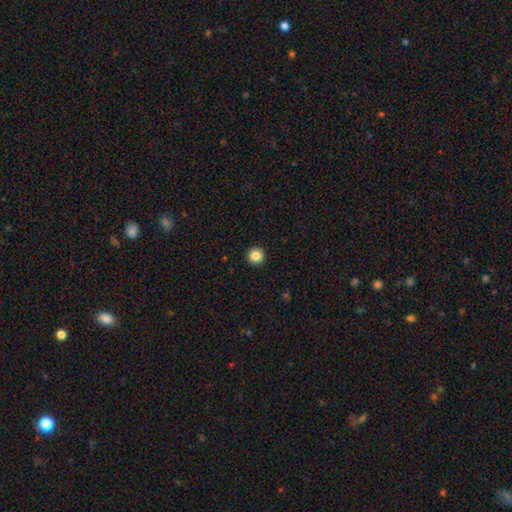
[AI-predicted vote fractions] Morphology: type=smooth (85%); roundness=round (96%); merging=none (94%).